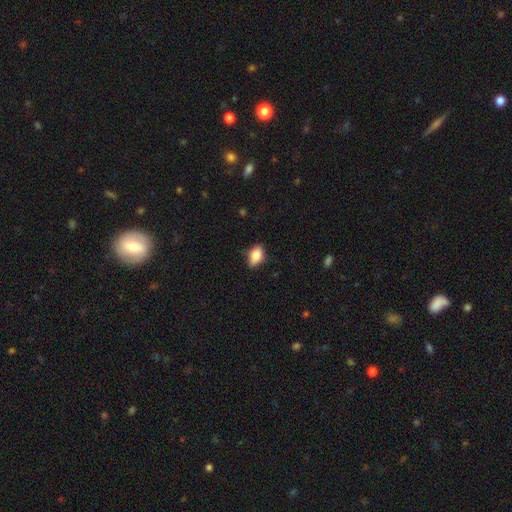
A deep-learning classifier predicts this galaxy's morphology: type=smooth (80%); roundness=in between (84%); merging=none (79%).